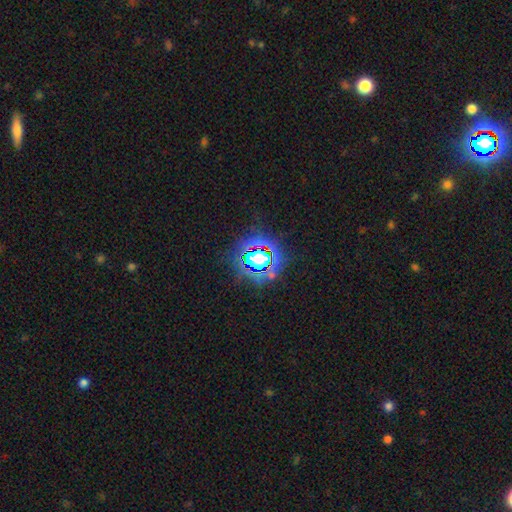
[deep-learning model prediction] Q: Smooth or featured?
A: star or artifact (64%); runner-up: smooth (23%)